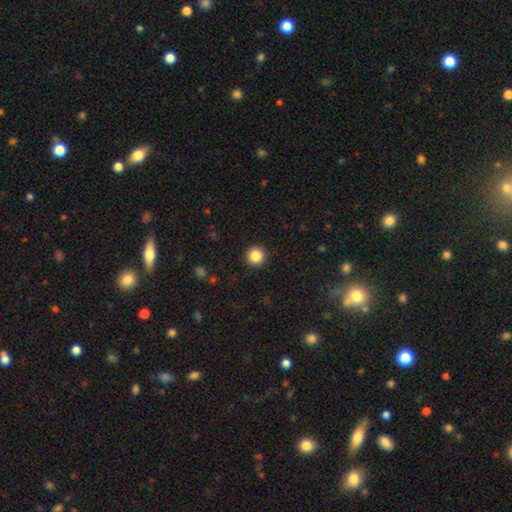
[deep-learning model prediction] smooth 86%, star or artifact 10%, featured or disk 4%. Down the decision tree: how rounded — round (96%); merging — none (93%).